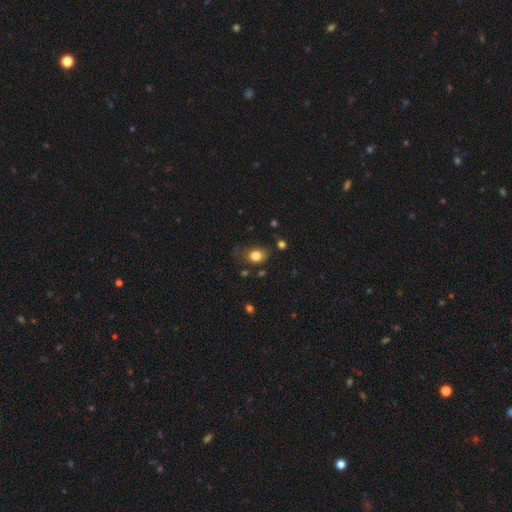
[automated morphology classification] Q: Smooth or featured?
A: smooth (80%); runner-up: star or artifact (10%)
Q: How rounded?
A: in between (64%); runner-up: round (34%)
Q: Merging?
A: none (64%); runner-up: minor disturbance (25%)